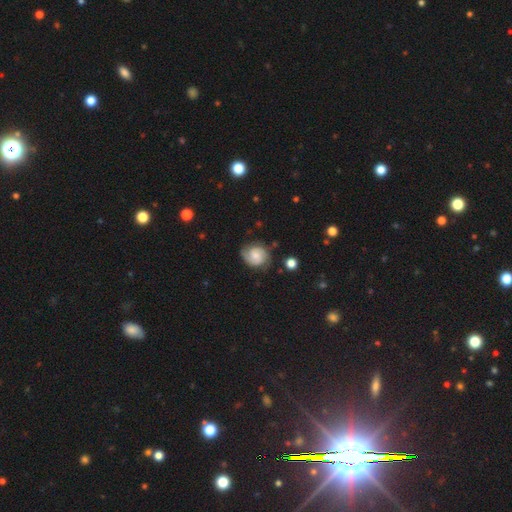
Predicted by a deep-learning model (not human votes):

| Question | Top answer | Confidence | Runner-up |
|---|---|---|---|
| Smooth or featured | featured or disk | 64% | smooth (28%) |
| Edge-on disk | no | 98% | yes (2%) |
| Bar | no | 63% | weak (32%) |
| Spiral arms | yes | 94% | no (6%) |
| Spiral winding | tight | 47% | medium (40%) |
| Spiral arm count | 2 | 81% | can't tell (10%) |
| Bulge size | small | 45% | moderate (33%) |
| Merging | none | 75% | minor disturbance (18%) |